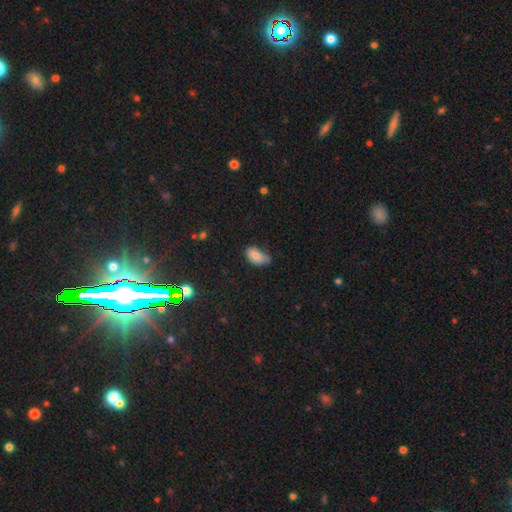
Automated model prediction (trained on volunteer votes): smooth_or_featured: smooth (p=0.82) [alt: featured or disk p=0.09]
how_rounded: in between (p=0.92) [alt: round p=0.06]
merging: minor disturbance (p=0.43) [alt: none p=0.41]